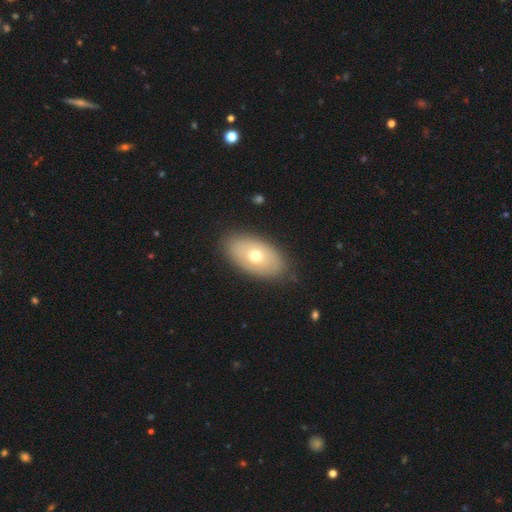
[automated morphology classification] smooth_or_featured: smooth (p=0.62) [alt: featured or disk p=0.31]
how_rounded: in between (p=0.92) [alt: round p=0.07]
merging: none (p=0.84) [alt: minor disturbance p=0.12]